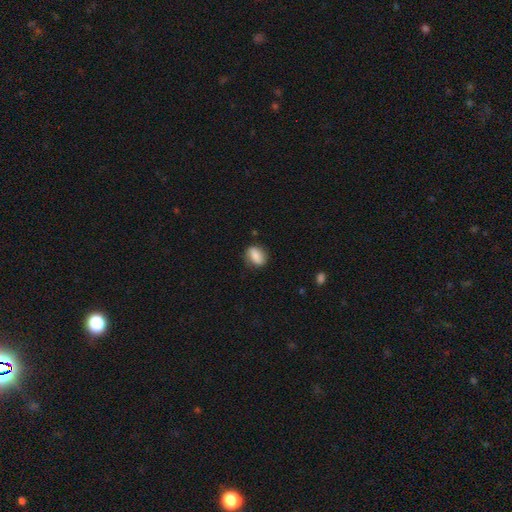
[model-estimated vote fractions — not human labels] Q: Smooth or featured?
A: smooth (79%); runner-up: featured or disk (13%)
Q: How rounded?
A: in between (76%); runner-up: round (20%)
Q: Merging?
A: none (74%); runner-up: minor disturbance (19%)